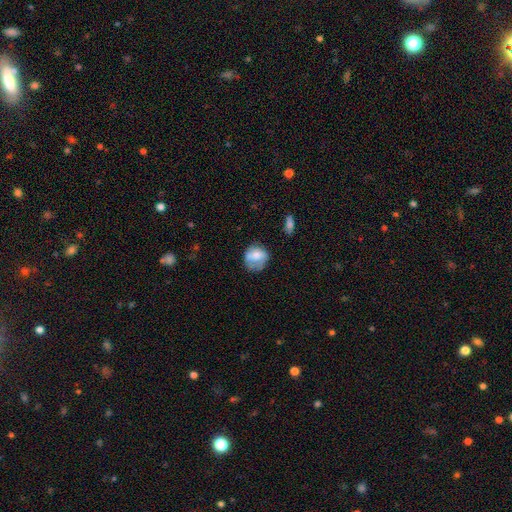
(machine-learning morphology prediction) smooth 67%, featured or disk 25%, star or artifact 8%. Down the decision tree: how rounded — round (72%); merging — none (52%).